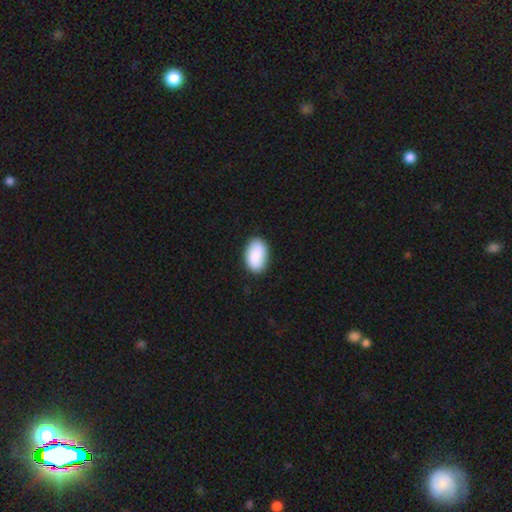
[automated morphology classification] type=smooth (87%); roundness=in between (92%); merging=none (84%).